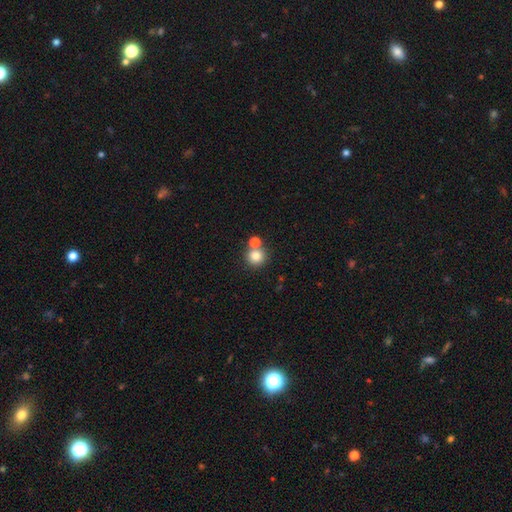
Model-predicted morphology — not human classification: Smooth or featured: smooth — 81% (star or artifact — 12%)
How rounded: round — 92% (in between — 7%)
Merging: none — 64% (merger — 27%)